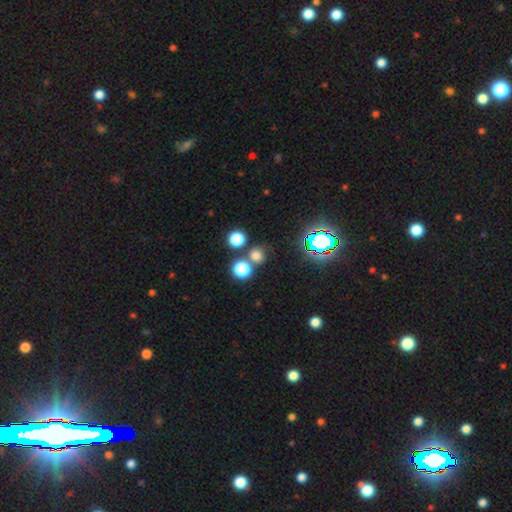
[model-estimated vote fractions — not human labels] A smooth galaxy with no disk features (66%) that is round (84%).

Vote fractions:
- Smooth or featured? smooth: 66% / star or artifact: 27% / featured or disk: 7%
- How rounded? round: 84% / in between: 15% / cigar-shaped: 1%
- Merging? none: 69% / merger: 19% / minor disturbance: 8% / major disturbance: 4%